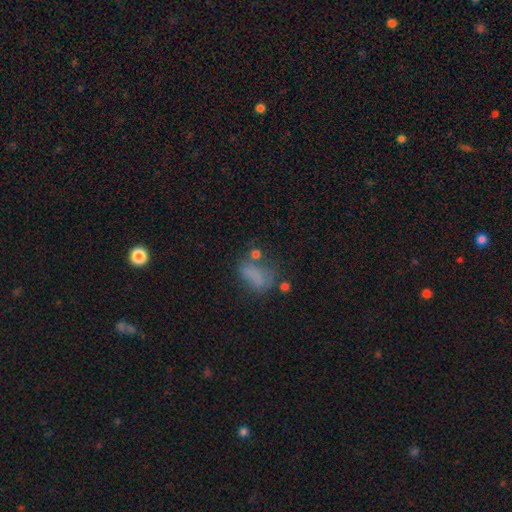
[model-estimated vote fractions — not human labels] smooth 64%, star or artifact 18%, featured or disk 18%. Down the decision tree: how rounded — in between (80%); merging — none (40%).